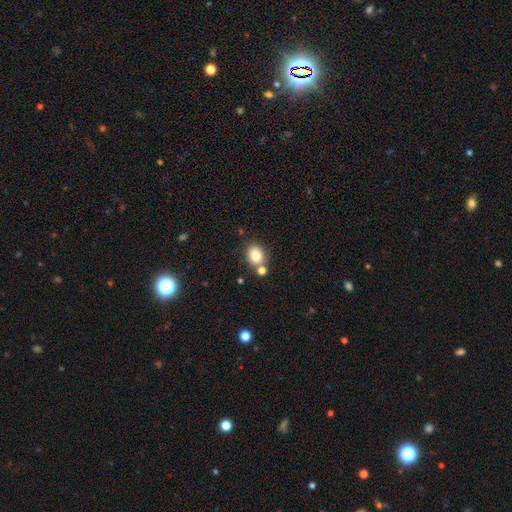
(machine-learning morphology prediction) The model was most divided on "how rounded": round: 57%, in between: 42%, cigar-shaped: 1%. More confident: smooth or featured — smooth (82%); merging — none (68%).